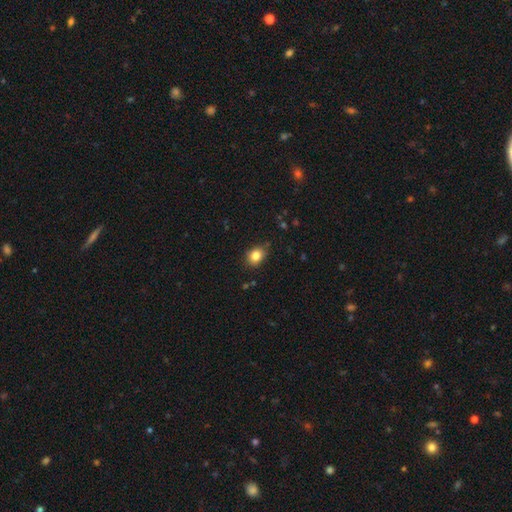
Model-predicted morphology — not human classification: Overall: smooth (84%). How rounded: in between (50%; round 49%). Merging: none (79%).